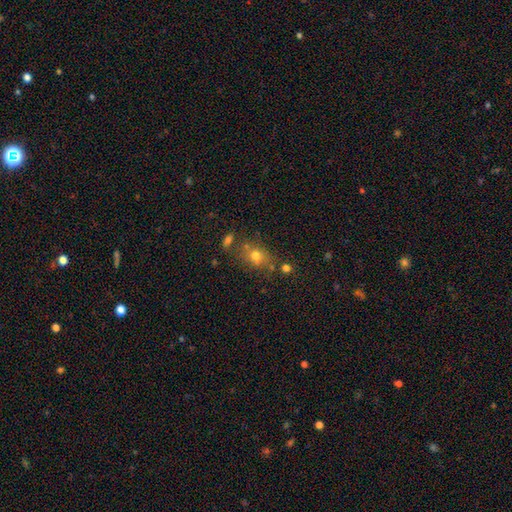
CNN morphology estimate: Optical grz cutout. It shows a smooth galaxy with no disk features (68%) that is in between round and cigar-shaped (54%). Merging: none (63%).